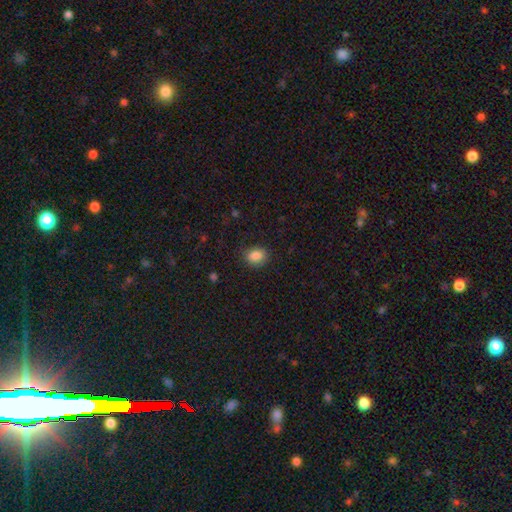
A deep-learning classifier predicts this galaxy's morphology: A smooth galaxy with no disk features (86%) that is in between round and cigar-shaped (61%).

Vote fractions:
- Smooth or featured? smooth: 86% / star or artifact: 9% / featured or disk: 5%
- How rounded? in between: 61% / round: 38% / cigar-shaped: 1%
- Merging? none: 83% / minor disturbance: 13% / major disturbance: 3% / merger: 1%